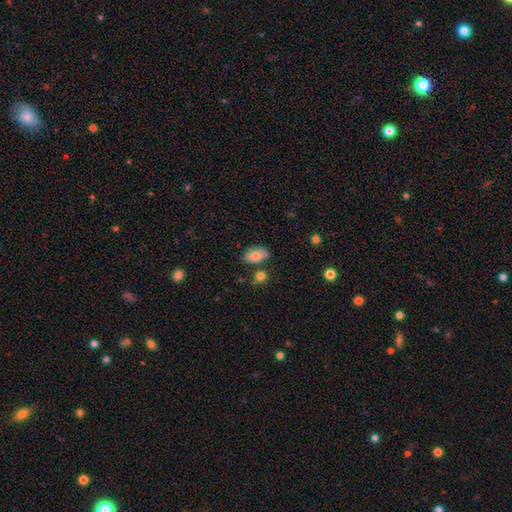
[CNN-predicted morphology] Smooth or featured: smooth — 83% (featured or disk — 10%)
How rounded: in between — 91% (round — 7%)
Merging: none — 69% (minor disturbance — 19%)